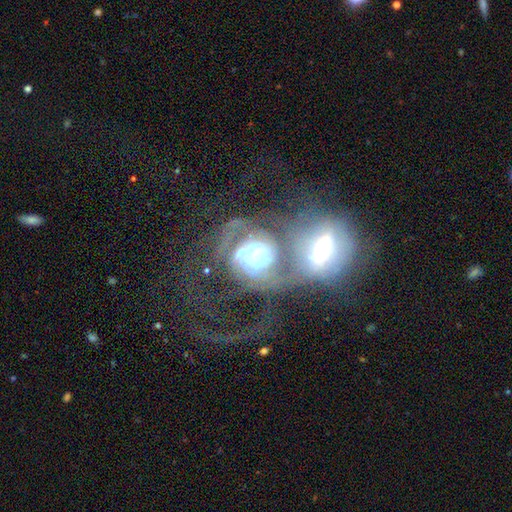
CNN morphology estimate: featured or disk 79%, smooth 11%, star or artifact 10%. Down the decision tree: edge-on disk — no (96%); bar — no (42%); spiral arms — yes (83%); spiral arm count — 2 (41%); spiral winding — tight (48%); bulge size — moderate (49%); merging — merger (61%).